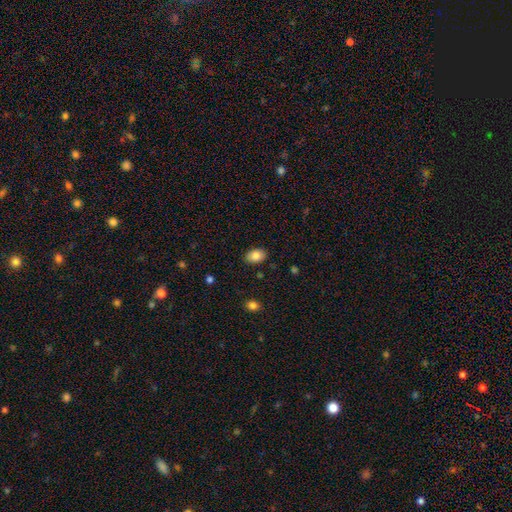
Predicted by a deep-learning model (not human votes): Smooth or featured? smooth (85%)
How rounded? in between (84%)
Merging? none (86%)